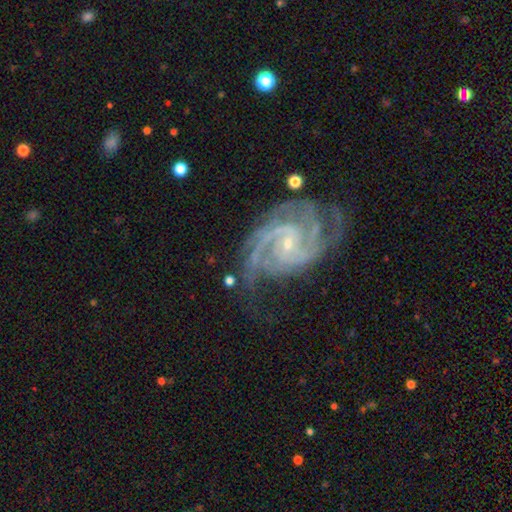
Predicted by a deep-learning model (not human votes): The model was most divided on "spiral arm count": 3: 30%, 2: 28%, 4: 16%, can't tell: 12%, more than 4: 7%, 1: 7%. More confident: spiral arms — yes (98%); edge-on disk — no (98%); smooth or featured — featured or disk (91%); bulge size — small (80%); merging — none (64%); bar — no (53%); spiral winding — tight (51%).